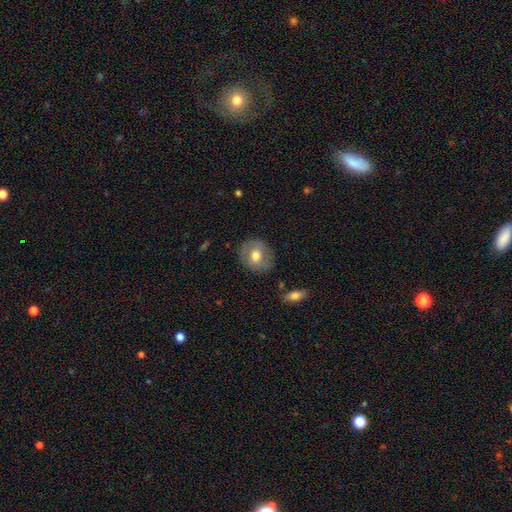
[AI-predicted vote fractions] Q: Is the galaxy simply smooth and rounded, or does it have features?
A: smooth — 62%.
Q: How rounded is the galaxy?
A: round — 78%.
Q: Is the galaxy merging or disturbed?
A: none — 82%.